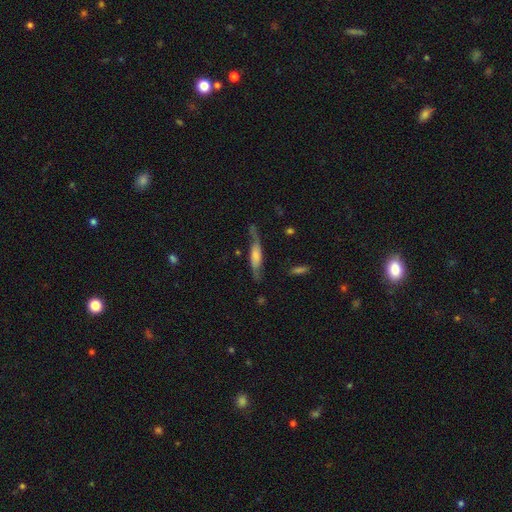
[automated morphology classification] type=featured or disk (55%); edge-on=no (53%); merging=none (58%).